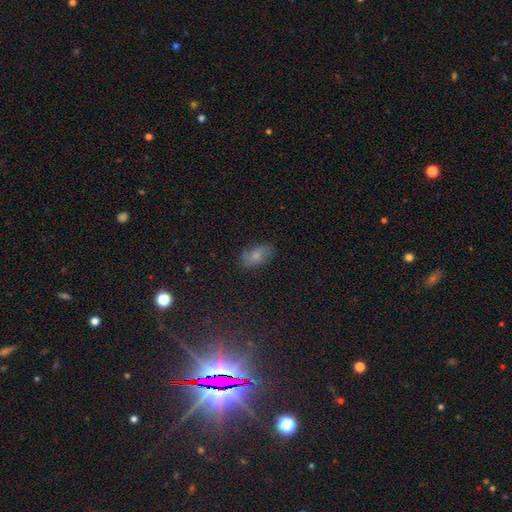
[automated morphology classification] smooth_or_featured: smooth (p=0.66) [alt: featured or disk p=0.21]
how_rounded: in between (p=0.91) [alt: round p=0.06]
merging: none (p=0.76) [alt: minor disturbance p=0.18]